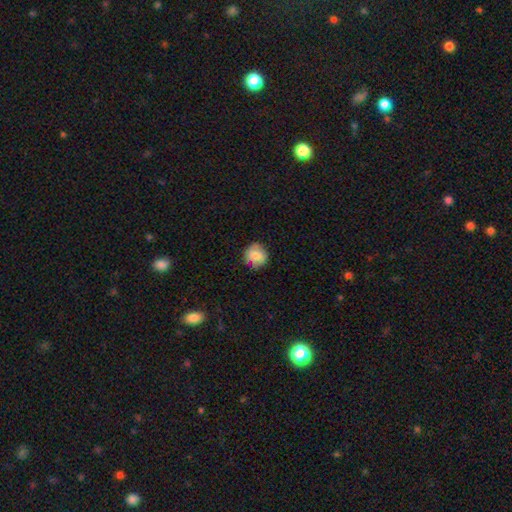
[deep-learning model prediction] The model was most divided on "merging": none: 78%, minor disturbance: 17%, major disturbance: 4%, merger: 1%. More confident: how rounded — round (89%); smooth or featured — smooth (80%).